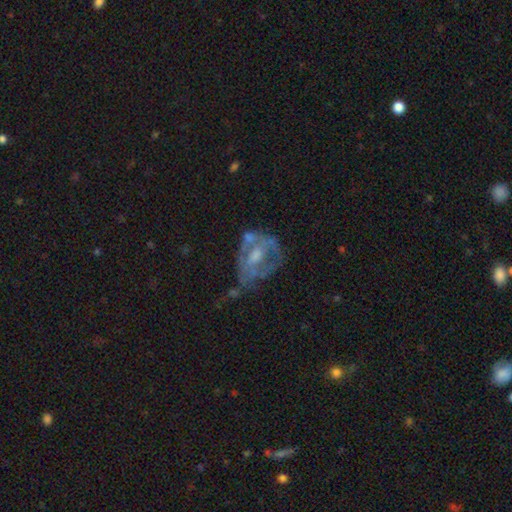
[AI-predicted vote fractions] This appears to be a featured or disk galaxy (68%) with no bar (63%), no spiral arms (64%) and a moderate central bulge (54%). Merging: none (33%).